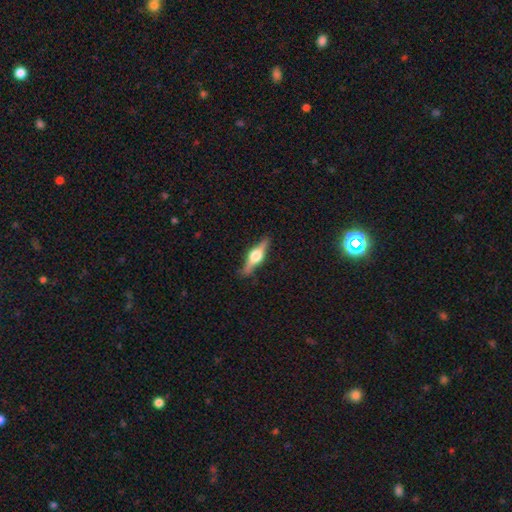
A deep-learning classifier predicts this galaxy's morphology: Smooth or featured? Predicted: featured or disk (p=0.74). Edge-on disk? Predicted: yes (p=0.97). Edge-on bulge? Predicted: rounded (p=0.95). Merging? Predicted: none (p=0.88).